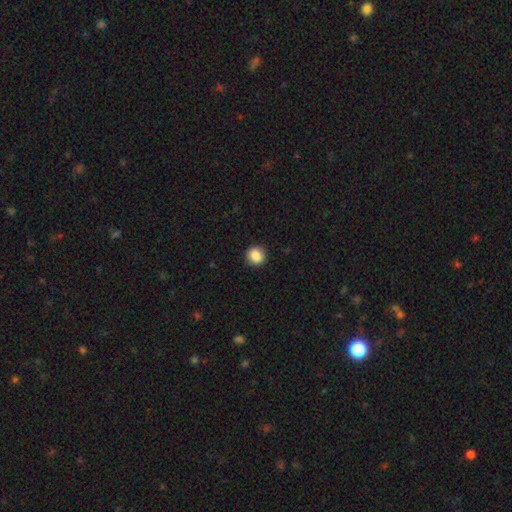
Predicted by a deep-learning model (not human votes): smooth-or-featured: smooth: 87% | star or artifact: 9% | featured or disk: 4%
  how-rounded: round: 87% | in between: 12% | cigar-shaped: 1%
  merging: none: 91% | minor disturbance: 6% | major disturbance: 2% | merger: 1%